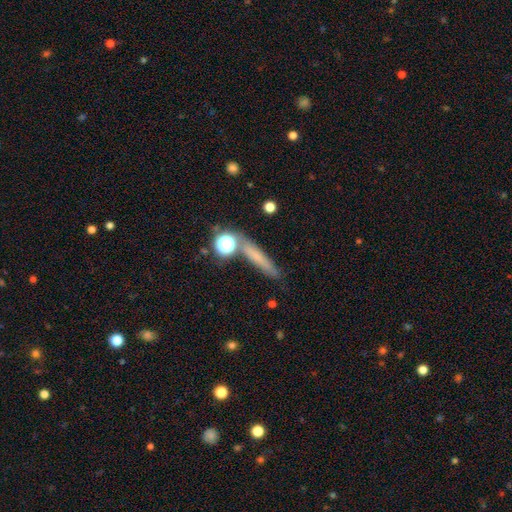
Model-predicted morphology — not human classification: smooth-or-featured: smooth: 61% | featured or disk: 24% | star or artifact: 16%
  how-rounded: cigar-shaped: 78% | in between: 11% | round: 10%
  merging: none: 73% | minor disturbance: 13% | merger: 9% | major disturbance: 5%